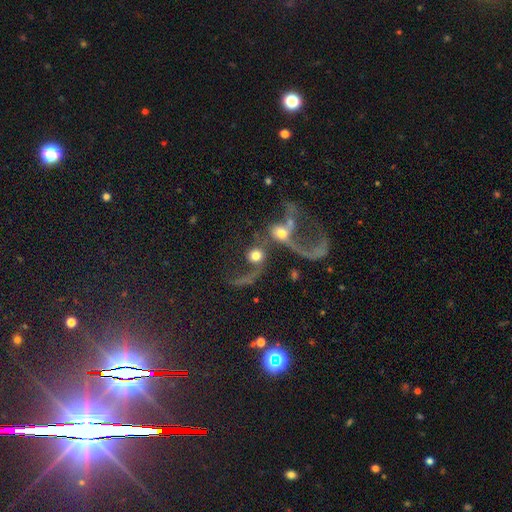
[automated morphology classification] smooth 48%, featured or disk 41%, star or artifact 11%. Down the decision tree: merging — merger (62%).